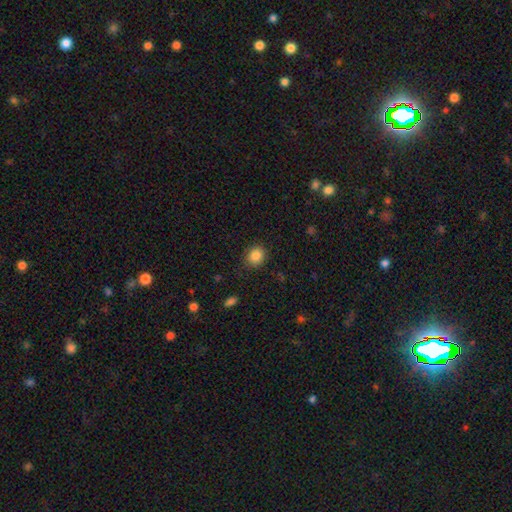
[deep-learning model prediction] The model was most divided on "how rounded": round: 65%, in between: 34%, cigar-shaped: 1%. More confident: merging — none (86%); smooth or featured — smooth (86%).